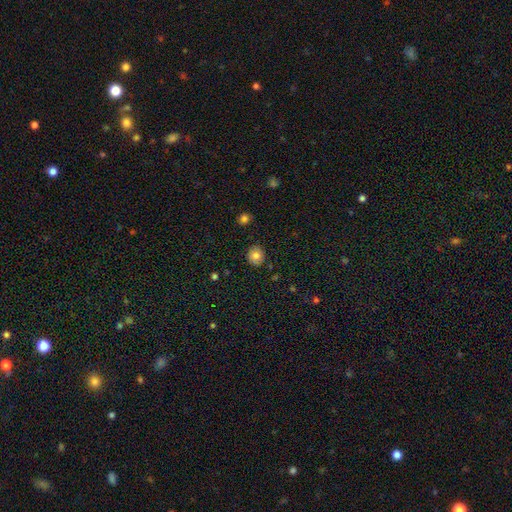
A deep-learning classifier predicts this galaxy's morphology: The model was most divided on "smooth or featured": smooth: 81%, star or artifact: 10%, featured or disk: 9%. More confident: merging — none (89%); how rounded — round (86%).